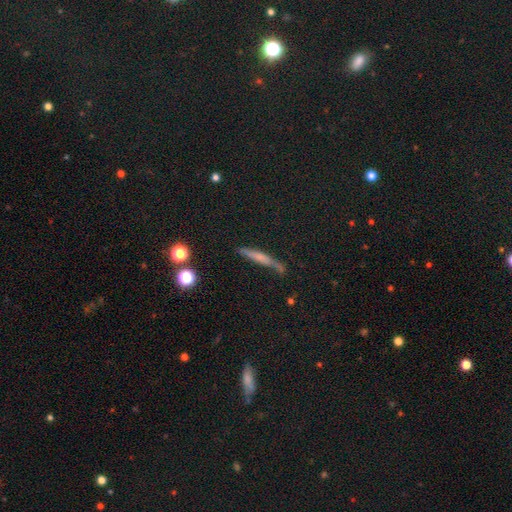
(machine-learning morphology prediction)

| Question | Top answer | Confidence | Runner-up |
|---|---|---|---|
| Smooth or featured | smooth | 41% | featured or disk (39%) |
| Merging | none | 75% | minor disturbance (17%) |